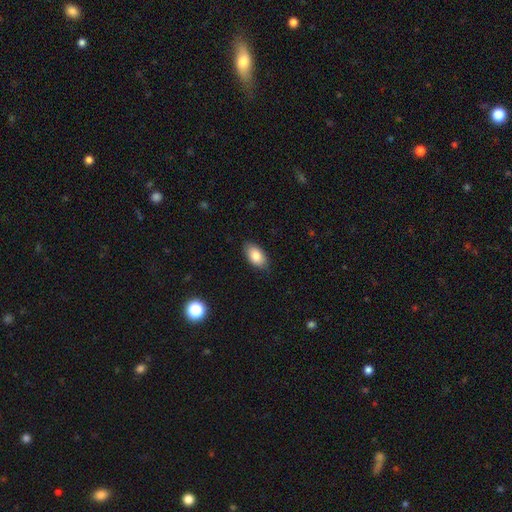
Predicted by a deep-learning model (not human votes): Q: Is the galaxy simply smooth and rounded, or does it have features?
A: smooth — 84%.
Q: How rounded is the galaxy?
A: in between — 93%.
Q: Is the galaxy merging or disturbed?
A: none — 84%.